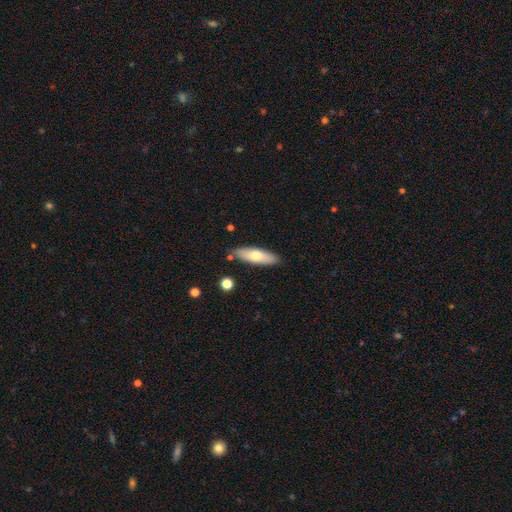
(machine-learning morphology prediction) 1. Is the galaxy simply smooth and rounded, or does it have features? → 66% smooth, 28% featured or disk, 6% star or artifact.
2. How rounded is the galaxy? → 49% in between (tied), 49% cigar-shaped (tied), 2% round.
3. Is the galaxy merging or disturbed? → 85% none, 10% minor disturbance, 3% merger, 2% major disturbance.